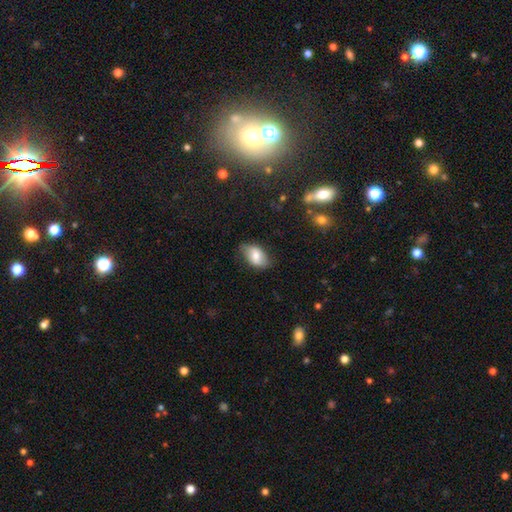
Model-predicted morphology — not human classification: Smooth or featured? Predicted: smooth (p=0.74). How rounded? Predicted: in between (p=0.90). Merging? Predicted: none (p=0.72).